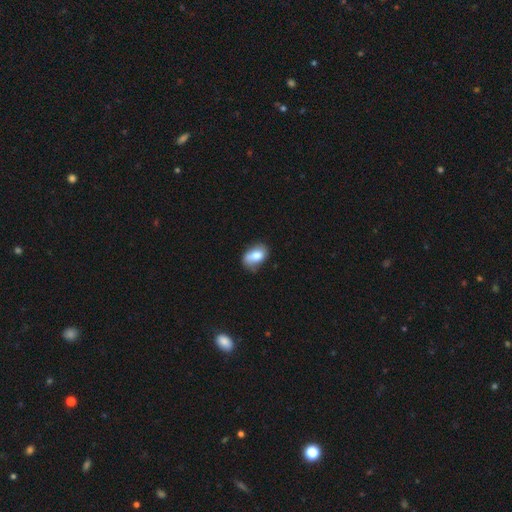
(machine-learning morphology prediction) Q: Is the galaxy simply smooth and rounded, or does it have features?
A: smooth — 77%.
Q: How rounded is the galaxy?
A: in between — 87%.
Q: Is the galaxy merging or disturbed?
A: none — 59%.